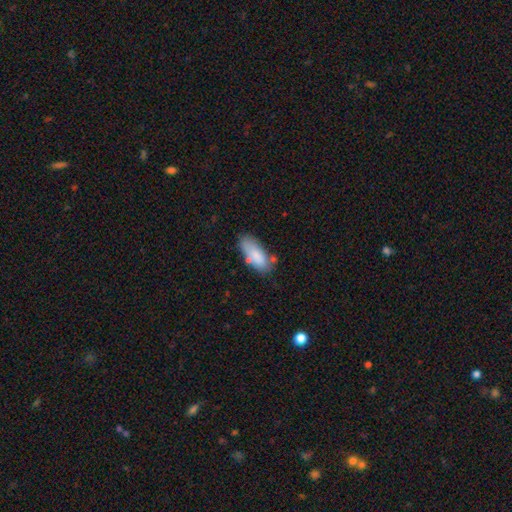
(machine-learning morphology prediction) smooth 82%, featured or disk 12%, star or artifact 6%. Down the decision tree: how rounded — in between (83%); merging — none (63%).